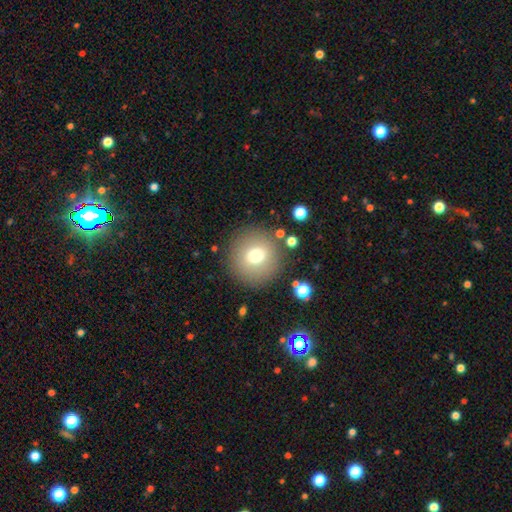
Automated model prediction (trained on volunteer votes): A smooth galaxy with no disk features (72%) that is round (95%). Merging: none (85%).